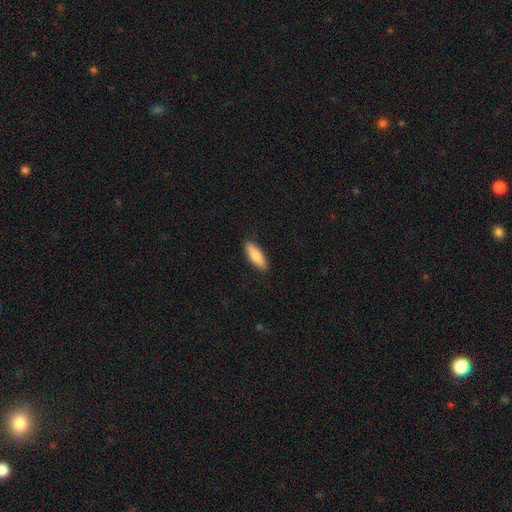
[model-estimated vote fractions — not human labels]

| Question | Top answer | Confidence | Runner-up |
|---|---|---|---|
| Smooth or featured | smooth | 85% | featured or disk (10%) |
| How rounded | in between | 53% | cigar-shaped (45%) |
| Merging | none | 90% | minor disturbance (8%) |